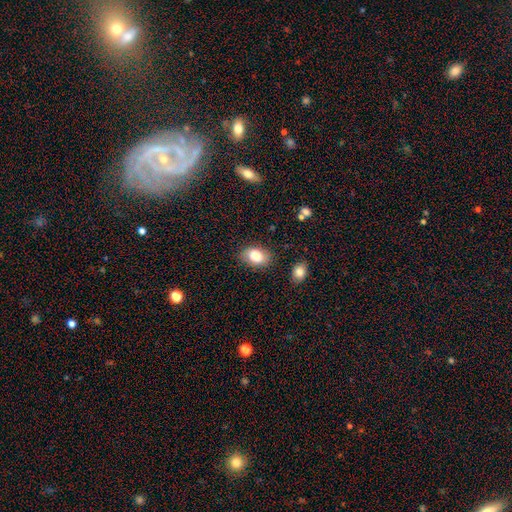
Smooth or featured? smooth (92%)
How rounded? in between (78%)
Merging? none (82%)